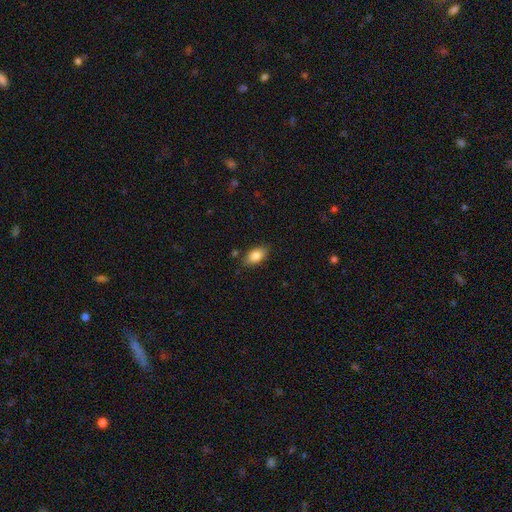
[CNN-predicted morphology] type=smooth (83%); roundness=in between (88%); merging=none (80%).